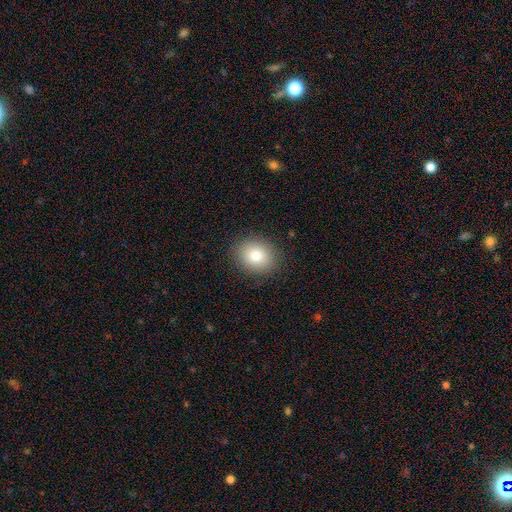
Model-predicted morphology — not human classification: Smooth or featured? smooth (81%)
How rounded? round (61%)
Merging? none (88%)